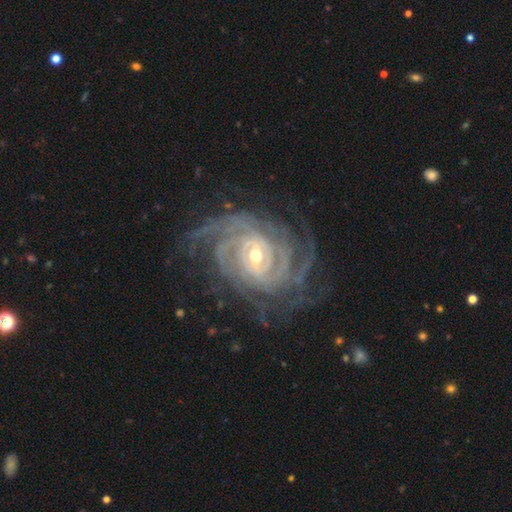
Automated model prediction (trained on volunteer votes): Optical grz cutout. It shows a featured or disk galaxy (93%) with a weak bar (45%), 4 (26%) tight (76%) spiral arms (99%) and a small central bulge (50%). Merging: none (75%).